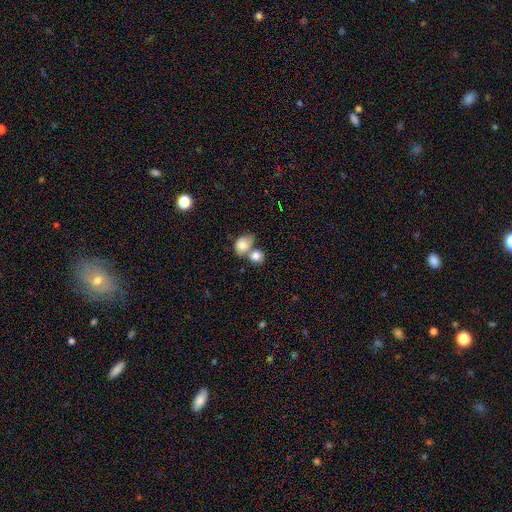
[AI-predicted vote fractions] smooth-or-featured: smooth: 81% | featured or disk: 11% | star or artifact: 8%
  how-rounded: round: 59% | in between: 40% | cigar-shaped: 1%
  merging: merger: 59% | none: 28% | minor disturbance: 8% | major disturbance: 4%